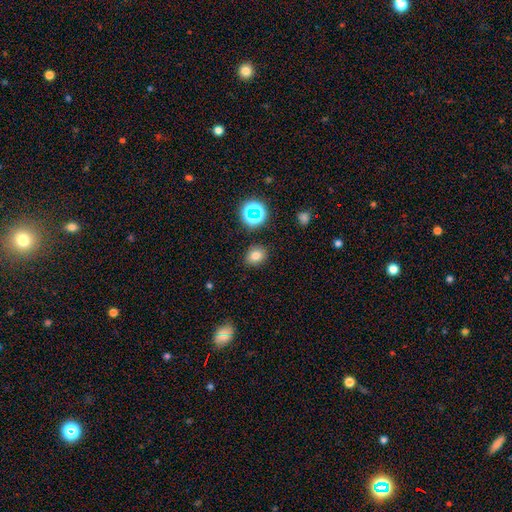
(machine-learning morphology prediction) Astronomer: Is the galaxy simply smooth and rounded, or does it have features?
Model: smooth — 76%.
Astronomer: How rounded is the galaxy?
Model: round — 62%.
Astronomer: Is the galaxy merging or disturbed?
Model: none — 86%.